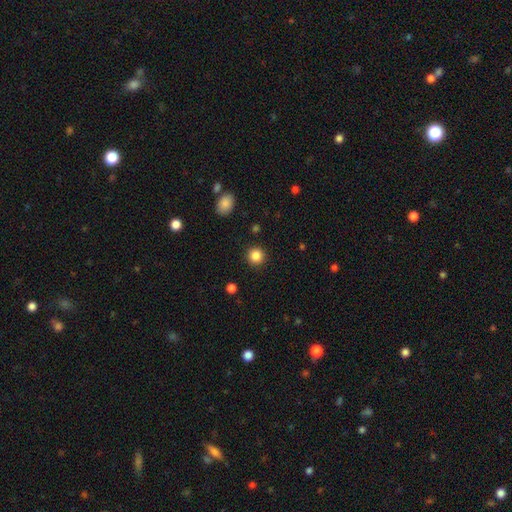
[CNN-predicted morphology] This appears to be a smooth galaxy with no disk features (85%) that is round (94%). Merging: none (91%).